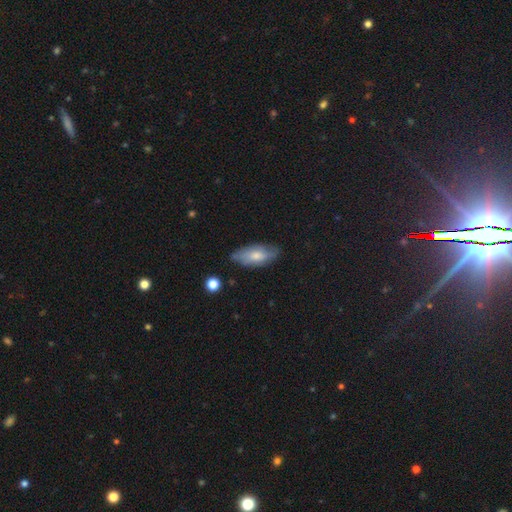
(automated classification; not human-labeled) This is likely a smooth galaxy (66%). How rounded: clearly in between (84%). Merging: likely none (71%).